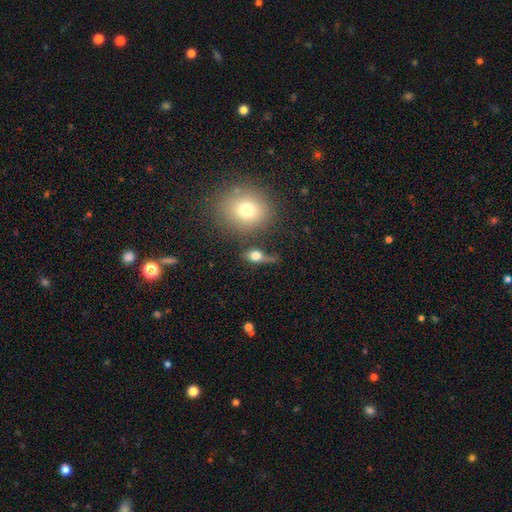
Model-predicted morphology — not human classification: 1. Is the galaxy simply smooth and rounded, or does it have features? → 65% smooth, 23% featured or disk, 12% star or artifact.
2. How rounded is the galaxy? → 56% in between, 30% round, 14% cigar-shaped.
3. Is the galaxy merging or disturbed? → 49% none, 20% minor disturbance, 16% major disturbance, 15% merger.